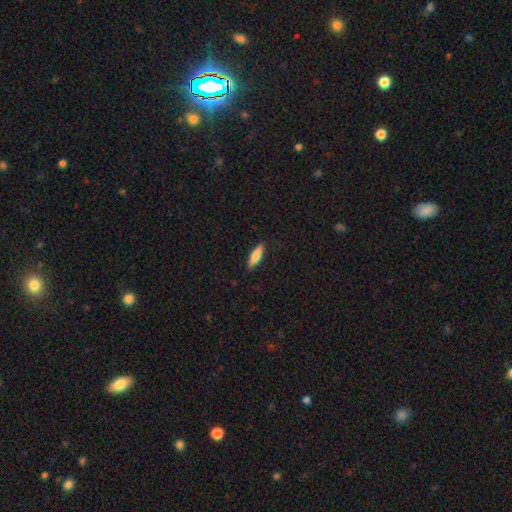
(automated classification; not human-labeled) smooth 74%, featured or disk 20%, star or artifact 6%. Down the decision tree: how rounded — cigar-shaped (61%); merging — none (87%).